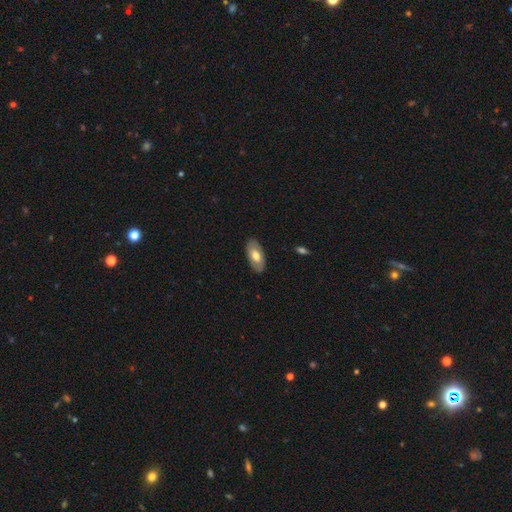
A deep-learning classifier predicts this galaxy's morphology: Q: Smooth or featured?
A: smooth (61%); runner-up: featured or disk (33%)
Q: How rounded?
A: in between (93%); runner-up: cigar-shaped (4%)
Q: Merging?
A: none (87%); runner-up: minor disturbance (10%)